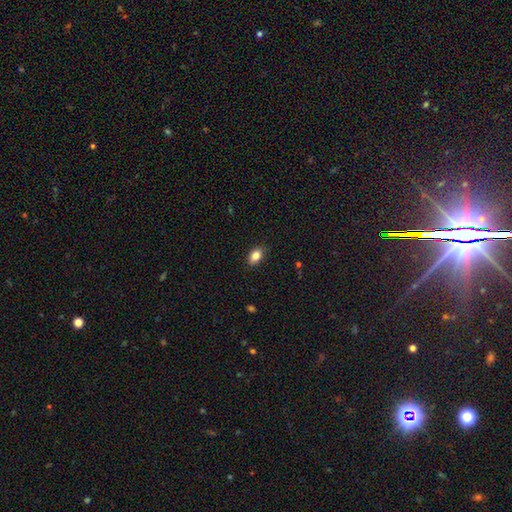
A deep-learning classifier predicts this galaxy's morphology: type=smooth (83%); roundness=in between (82%); merging=none (86%).